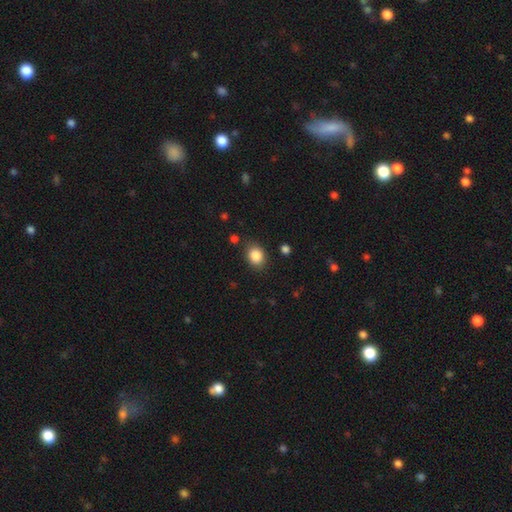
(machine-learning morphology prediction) Q: Smooth or featured?
A: smooth (86%); runner-up: star or artifact (9%)
Q: How rounded?
A: in between (50%); runner-up: round (49%)
Q: Merging?
A: none (82%); runner-up: minor disturbance (12%)